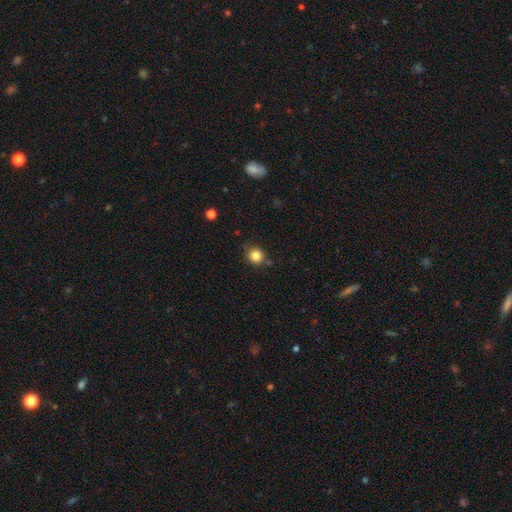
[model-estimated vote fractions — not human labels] Smooth or featured? Predicted: smooth (p=0.84). How rounded? Predicted: round (p=0.90). Merging? Predicted: none (p=0.82).